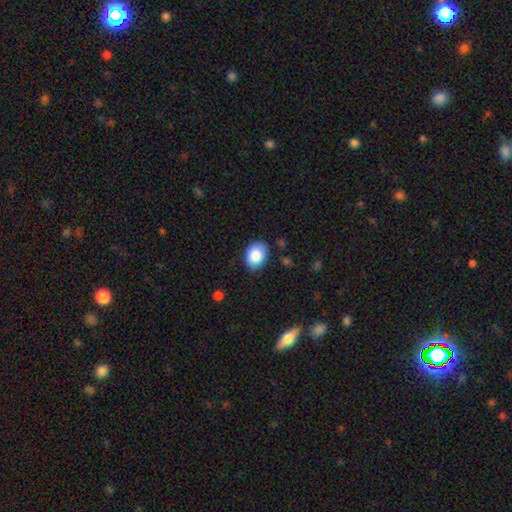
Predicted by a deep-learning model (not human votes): smooth-or-featured: smooth: 85% | featured or disk: 8% | star or artifact: 7%
  how-rounded: in between: 75% | round: 24% | cigar-shaped: 1%
  merging: none: 83% | minor disturbance: 13% | major disturbance: 2% | merger: 2%